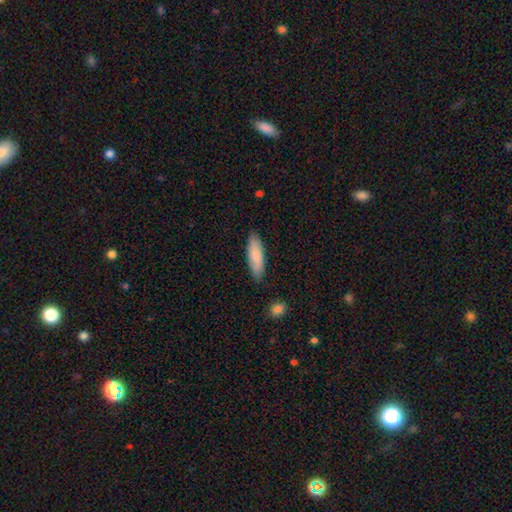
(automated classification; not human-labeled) Smooth or featured? Predicted: smooth (p=0.84). How rounded? Predicted: cigar-shaped (p=0.51). Merging? Predicted: none (p=0.87).